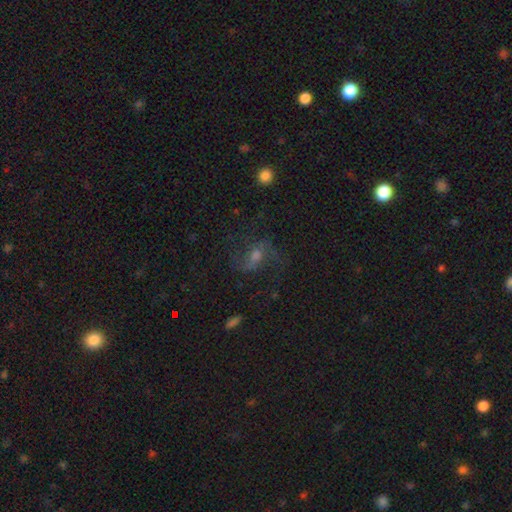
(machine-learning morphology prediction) Smooth or featured?
  - featured or disk: 60% *
  - smooth: 21%
  - star or artifact: 19%
Edge-on disk?
  - no: 95% *
  - yes: 5%
Bar?
  - weak: 44% *
  - no: 40%
  - strong: 16%
Spiral arms?
  - yes: 87% *
  - no: 13%
Bulge size?
  - moderate: 50% *
  - small: 33%
  - large: 9%
  - none: 6%
  - dominant: 2%
Merging?
  - none: 64% *
  - major disturbance: 17%
  - minor disturbance: 17%
  - merger: 2%